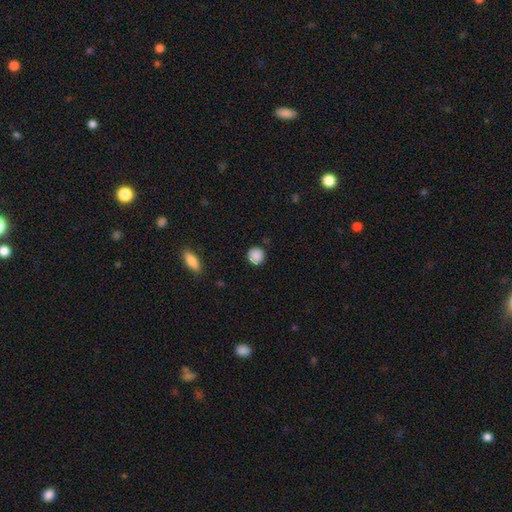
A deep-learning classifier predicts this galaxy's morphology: A smooth galaxy with no disk features (88%) that is round (92%).

Vote fractions:
- Smooth or featured? smooth: 88% / star or artifact: 8% / featured or disk: 3%
- How rounded? round: 92% / in between: 7% / cigar-shaped: 1%
- Merging? none: 88% / minor disturbance: 9% / major disturbance: 2% / merger: 1%